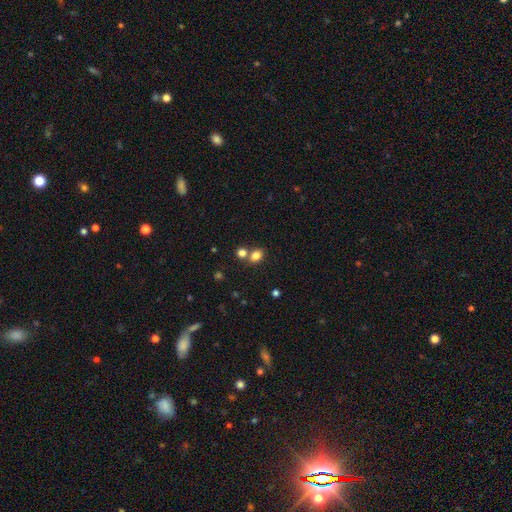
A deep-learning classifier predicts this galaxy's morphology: Smooth or featured? smooth (80%)
How rounded? round (52%)
Merging? none (58%)